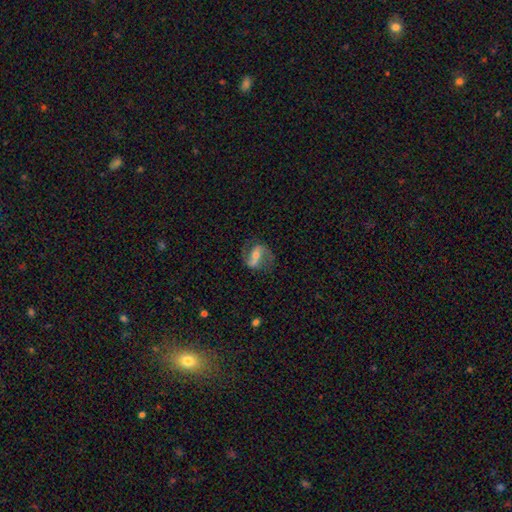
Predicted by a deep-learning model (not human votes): smooth_or_featured: featured or disk (p=0.81) [alt: smooth p=0.13]
disk_edge_on: no (p=0.96) [alt: yes p=0.04]
bar: strong (p=0.50) [alt: weak p=0.33]
has_spiral_arms: yes (p=0.93) [alt: no p=0.07]
spiral_winding: medium (p=0.45) [alt: loose p=0.43]
spiral_arm_count: 2 (p=0.90) [alt: 1 p=0.04]
bulge_size: moderate (p=0.48) [alt: small p=0.42]
merging: none (p=0.73) [alt: minor disturbance p=0.16]